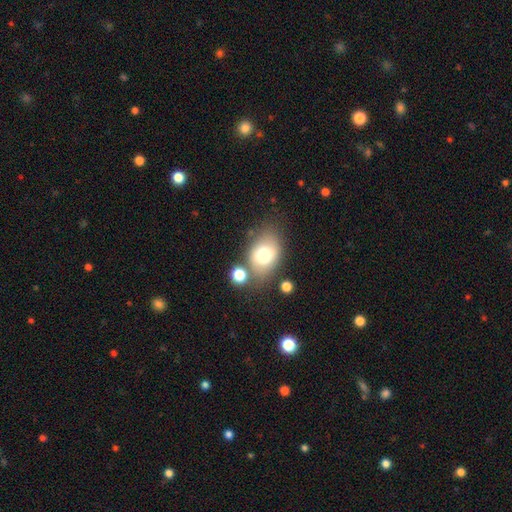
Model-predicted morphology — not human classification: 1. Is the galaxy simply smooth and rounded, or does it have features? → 64% smooth, 22% star or artifact, 13% featured or disk.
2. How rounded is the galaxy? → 62% in between, 36% round, 2% cigar-shaped.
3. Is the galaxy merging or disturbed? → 72% none, 13% minor disturbance, 10% merger, 5% major disturbance.